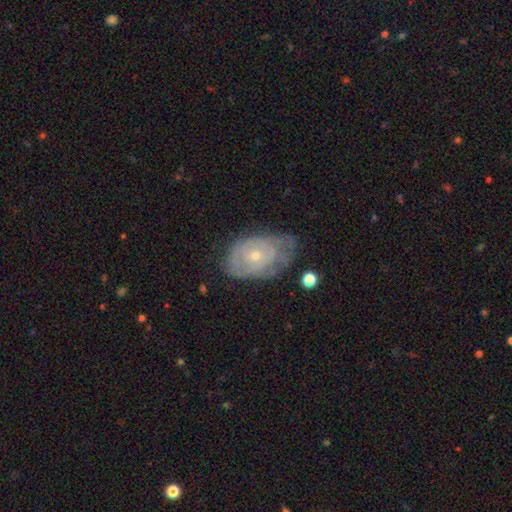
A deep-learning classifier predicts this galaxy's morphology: Smooth or featured: featured or disk — 67% (smooth — 26%)
Edge-on disk: no — 95% (yes — 5%)
Bar: no — 82% (weak — 15%)
Spiral arms: yes — 68% (no — 32%)
Bulge size: small — 60% (moderate — 37%)
Merging: none — 48% (minor disturbance — 34%)